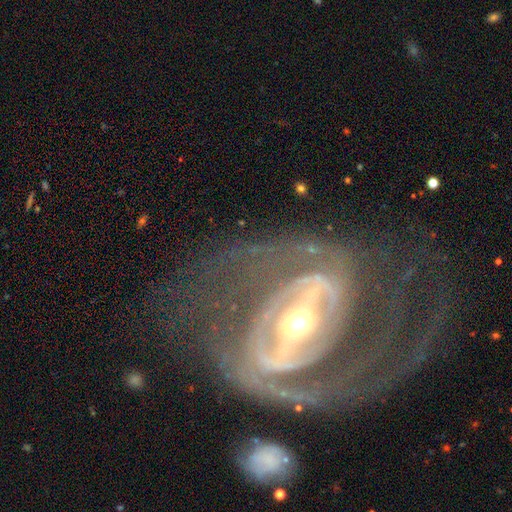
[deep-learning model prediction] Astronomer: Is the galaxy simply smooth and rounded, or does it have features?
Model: featured or disk — 88%.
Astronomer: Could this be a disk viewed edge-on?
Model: no — 93%.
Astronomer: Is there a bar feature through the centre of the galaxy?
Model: strong — 69%.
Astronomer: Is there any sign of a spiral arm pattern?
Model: yes — 81%.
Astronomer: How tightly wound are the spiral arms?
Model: tight — 49% (runner-up: medium, 35%).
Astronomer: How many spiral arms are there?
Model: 2 — 60%.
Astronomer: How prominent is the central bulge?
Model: moderate — 56% (runner-up: small, 35%).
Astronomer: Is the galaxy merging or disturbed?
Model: none — 58%.